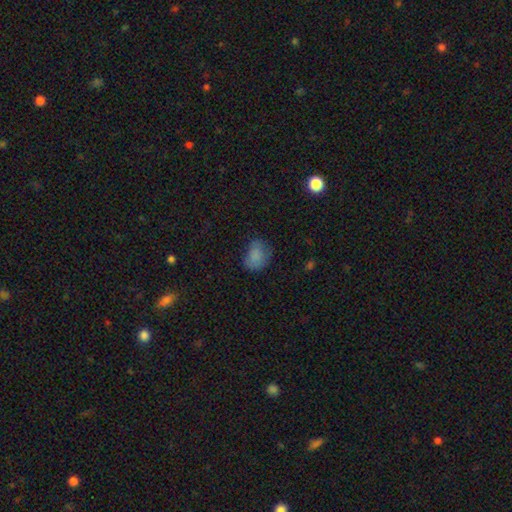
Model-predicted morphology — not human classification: Smooth or featured? Predicted: smooth (p=0.79). How rounded? Predicted: in between (p=0.61). Merging? Predicted: none (p=0.56).